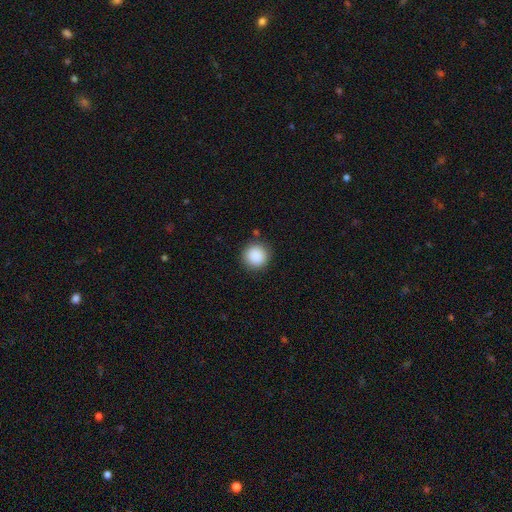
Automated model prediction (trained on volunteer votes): A smooth galaxy with no disk features (89%) that is round (95%). Merging: none (89%).